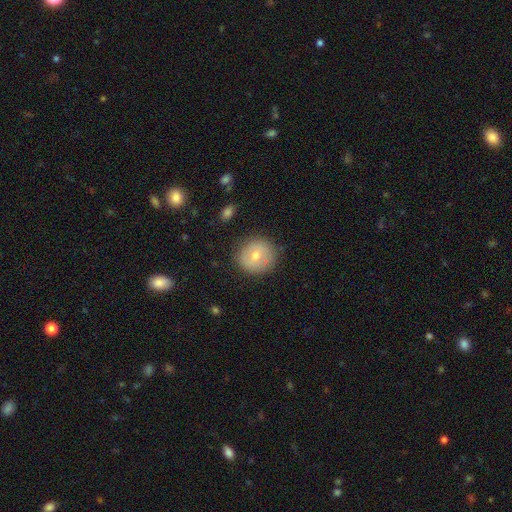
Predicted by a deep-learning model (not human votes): A smooth galaxy with no disk features (65%) that is round (89%). Merging: none (78%).